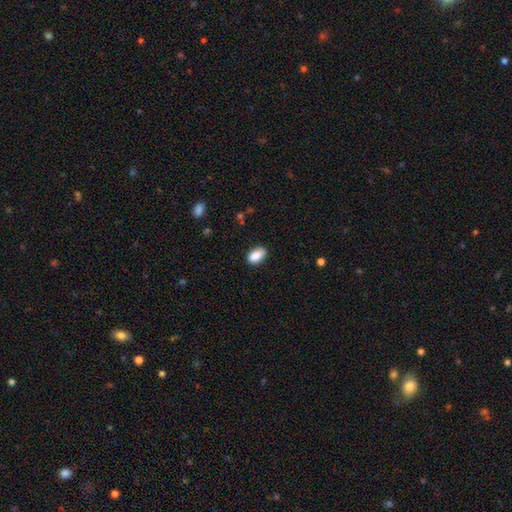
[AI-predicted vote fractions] A smooth galaxy with no disk features (88%) that is in between round and cigar-shaped (91%). Merging: none (84%).